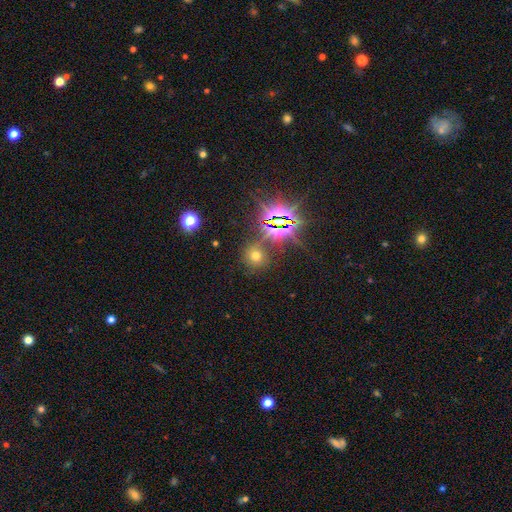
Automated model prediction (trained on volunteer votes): A smooth galaxy with no disk features (49%). Merging: none (75%).